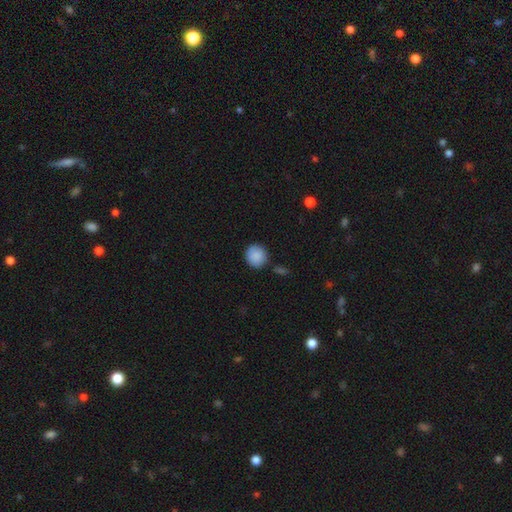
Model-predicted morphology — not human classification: A smooth galaxy with no disk features (89%) that is round (89%). Merging: none (83%).